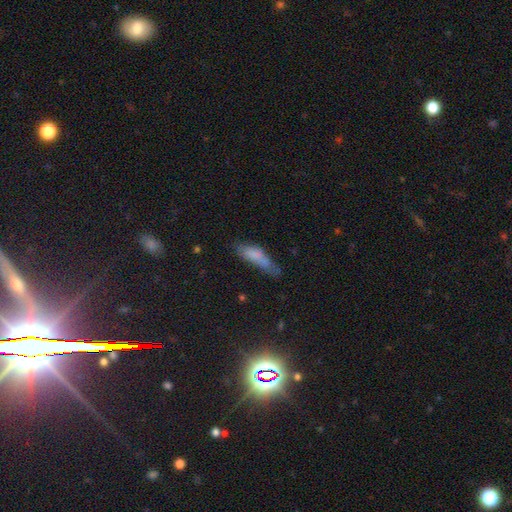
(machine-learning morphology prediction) smooth 71%, featured or disk 19%, star or artifact 10%. Down the decision tree: how rounded — cigar-shaped (59%); merging — none (42%).